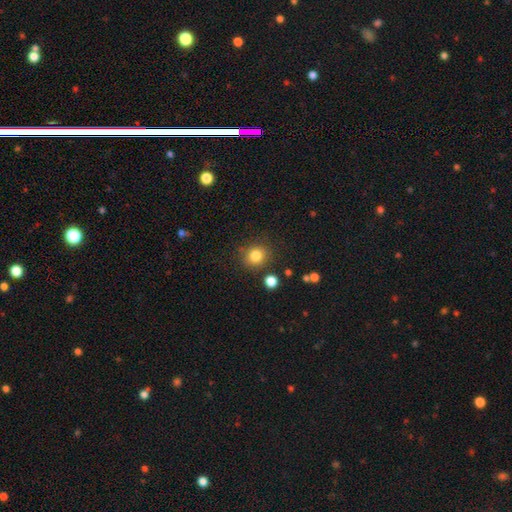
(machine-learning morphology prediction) A smooth galaxy with no disk features (82%) that is round (83%).

Vote fractions:
- Smooth or featured? smooth: 82% / star or artifact: 12% / featured or disk: 6%
- How rounded? round: 83% / in between: 16% / cigar-shaped: 1%
- Merging? none: 83% / minor disturbance: 10% / merger: 4% / major disturbance: 3%